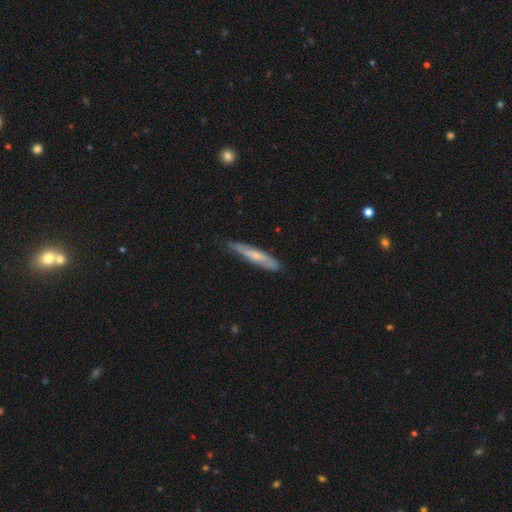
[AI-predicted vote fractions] Smooth or featured: smooth — 48% (featured or disk — 47%)
Merging: none — 77% (minor disturbance — 18%)